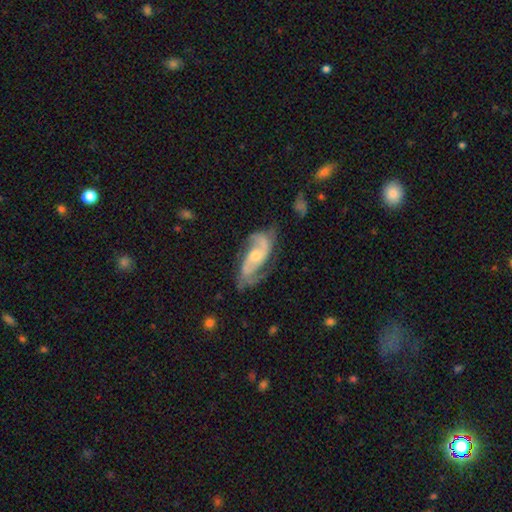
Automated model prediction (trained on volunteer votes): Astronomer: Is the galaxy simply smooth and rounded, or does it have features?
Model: featured or disk — 86%.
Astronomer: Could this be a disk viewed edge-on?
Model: no — 95%.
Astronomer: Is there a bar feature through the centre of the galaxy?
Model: no — 52% (runner-up: weak, 35%).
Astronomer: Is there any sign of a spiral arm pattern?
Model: yes — 96%.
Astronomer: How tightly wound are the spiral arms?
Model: medium — 50% (runner-up: loose, 26%).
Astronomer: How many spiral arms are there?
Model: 2 — 78%.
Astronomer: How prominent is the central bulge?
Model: moderate — 49% (runner-up: small, 44%).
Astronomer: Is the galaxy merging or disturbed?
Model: none — 64%.